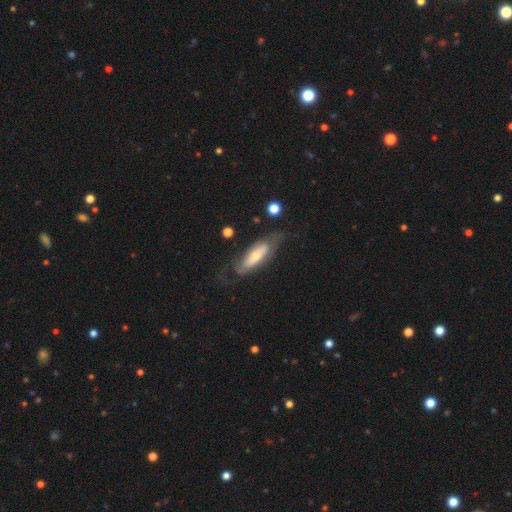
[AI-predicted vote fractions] Smooth or featured?
  - featured or disk: 62% *
  - smooth: 31%
  - star or artifact: 7%
Edge-on disk?
  - no: 68% *
  - yes: 32%
Merging?
  - none: 62% *
  - minor disturbance: 20%
  - major disturbance: 16%
  - merger: 2%